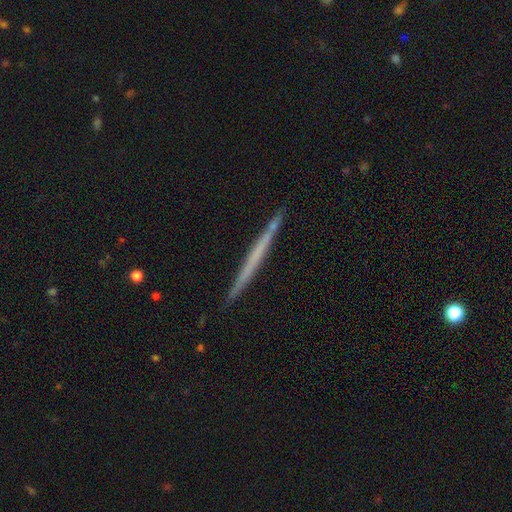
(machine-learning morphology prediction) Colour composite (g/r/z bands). It shows a featured or disk galaxy (52%) viewed edge-on (98%) with no central bulge (92%). Merging: none (91%).